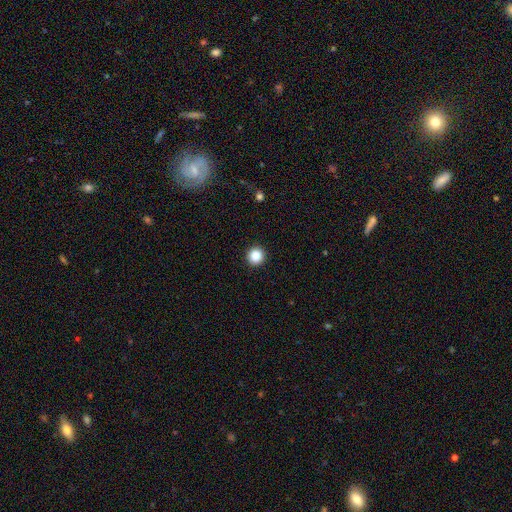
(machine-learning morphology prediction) The model was most divided on "smooth or featured": smooth: 86%, star or artifact: 10%, featured or disk: 3%. More confident: how rounded — round (95%); merging — none (93%).